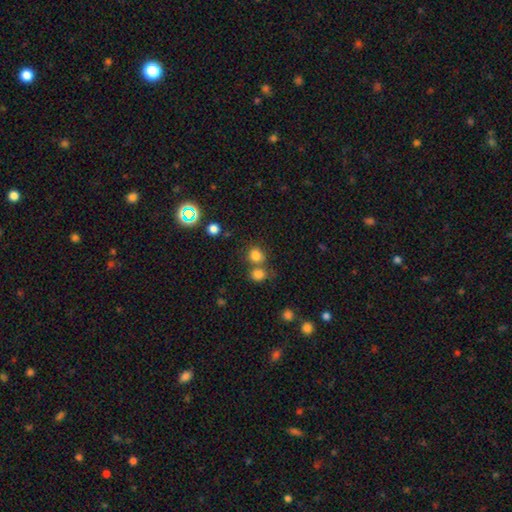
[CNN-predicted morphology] This is clearly a smooth galaxy (80%). How rounded: likely round (75%). Merging: possibly none (55%).